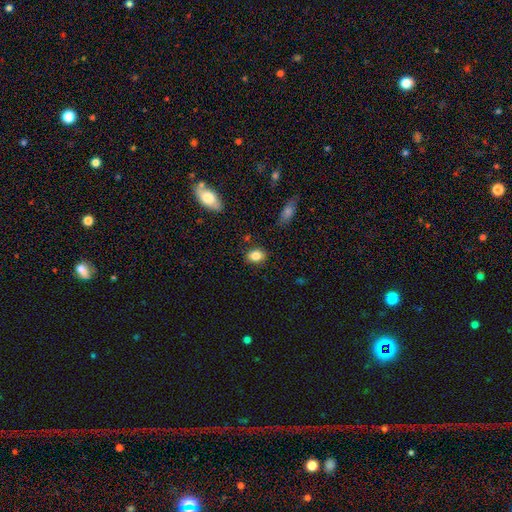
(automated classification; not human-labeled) Q: Smooth or featured?
A: smooth (84%); runner-up: star or artifact (9%)
Q: How rounded?
A: in between (68%); runner-up: round (30%)
Q: Merging?
A: none (86%); runner-up: minor disturbance (10%)